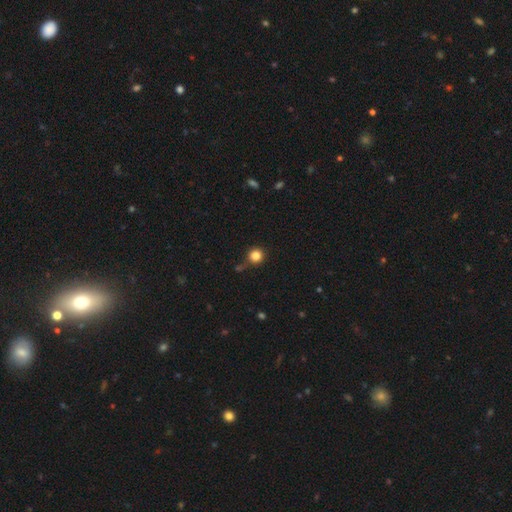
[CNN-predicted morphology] A smooth galaxy with no disk features (84%) that is round (94%).

Vote fractions:
- Smooth or featured? smooth: 84% / star or artifact: 12% / featured or disk: 4%
- How rounded? round: 94% / in between: 5% / cigar-shaped: 1%
- Merging? none: 80% / minor disturbance: 10% / merger: 6% / major disturbance: 3%